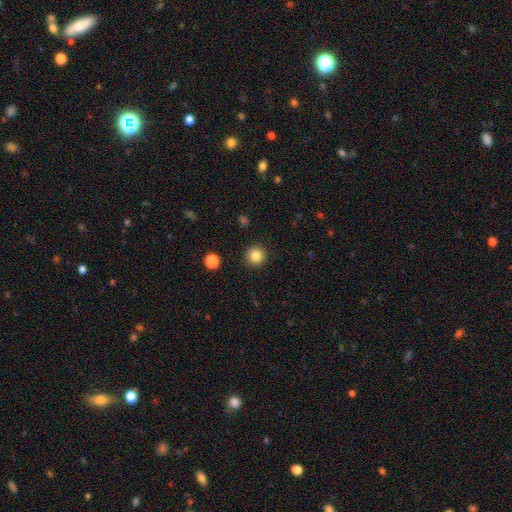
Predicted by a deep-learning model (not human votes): smooth 83%, star or artifact 11%, featured or disk 6%. Down the decision tree: how rounded — round (94%); merging — none (92%).